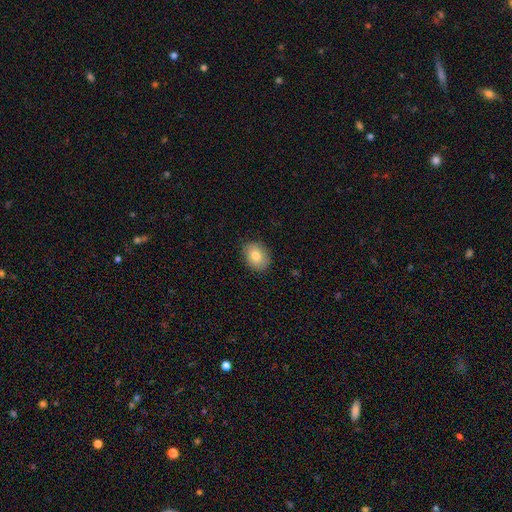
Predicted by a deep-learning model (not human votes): Q: Smooth or featured?
A: smooth (80%); runner-up: featured or disk (12%)
Q: How rounded?
A: in between (60%); runner-up: round (39%)
Q: Merging?
A: none (87%); runner-up: minor disturbance (10%)